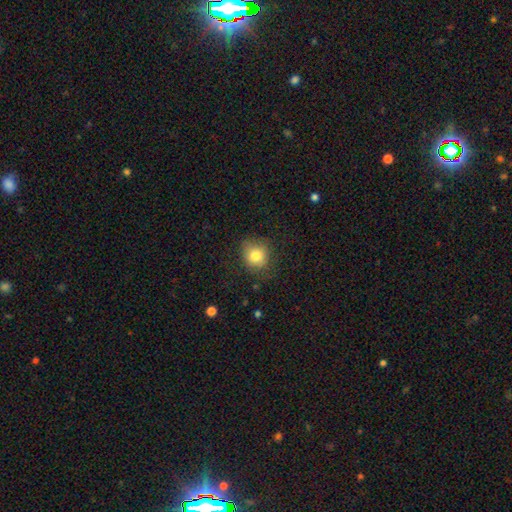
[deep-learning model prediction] This is clearly a smooth galaxy (81%). How rounded: likely round (79%). Merging: likely none (75%).